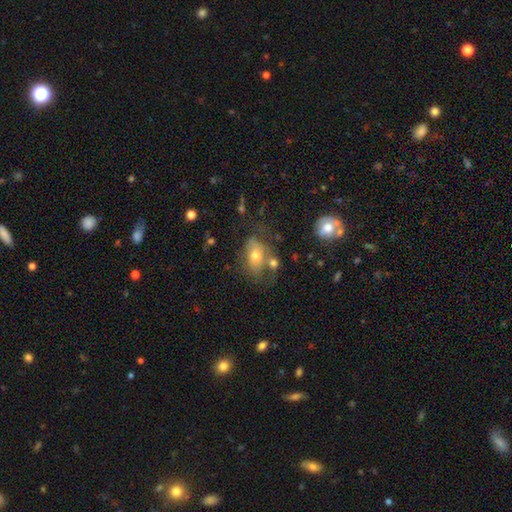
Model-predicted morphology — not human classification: This is possibly a smooth galaxy (57%). How rounded: likely in between (78%). Merging: possibly none (46%).